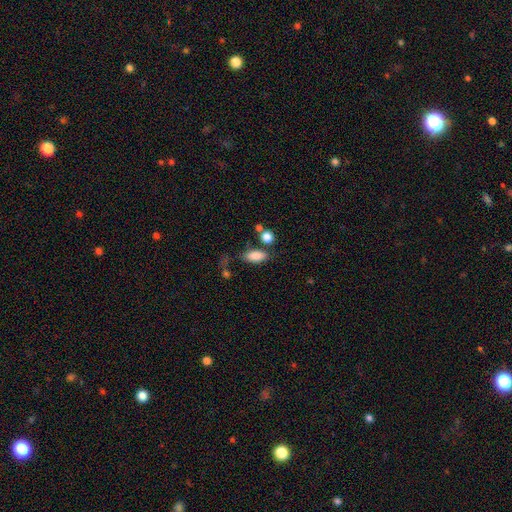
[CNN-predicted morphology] This is clearly a smooth galaxy (85%). How rounded: clearly in between (88%). Merging: likely none (62%).